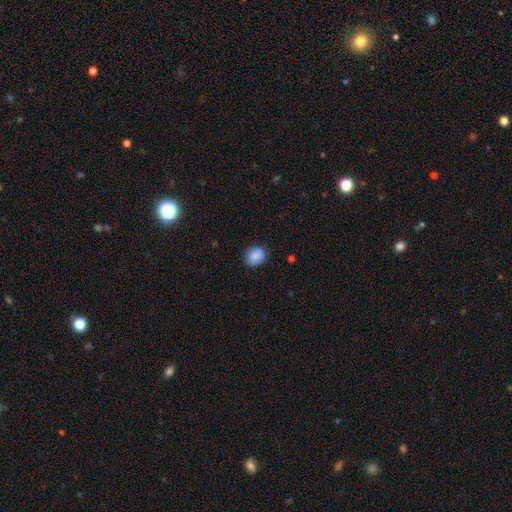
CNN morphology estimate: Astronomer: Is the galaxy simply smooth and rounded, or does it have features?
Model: smooth — 85%.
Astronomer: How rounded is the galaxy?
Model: round — 71%.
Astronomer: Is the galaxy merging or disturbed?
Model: none — 83%.